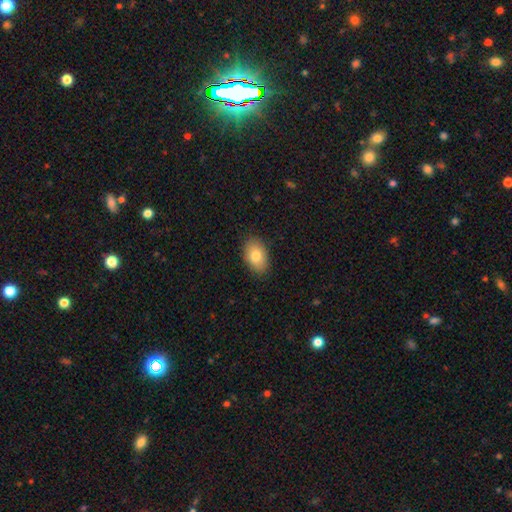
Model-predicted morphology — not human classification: This appears to be a smooth galaxy with no disk features (80%) that is in between round and cigar-shaped (89%). Merging: none (86%).